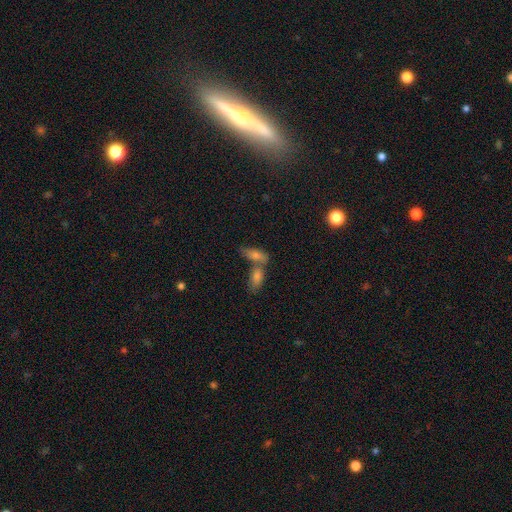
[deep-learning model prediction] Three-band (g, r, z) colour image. It shows a smooth galaxy with no disk features (69%) that is in between round and cigar-shaped (70%). Merging: merger (46%).